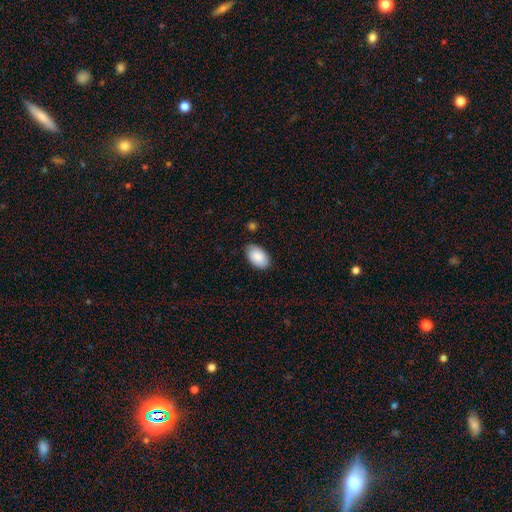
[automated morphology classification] smooth_or_featured: smooth (p=0.88) [alt: featured or disk p=0.06]
how_rounded: in between (p=0.94) [alt: round p=0.05]
merging: none (p=0.82) [alt: minor disturbance p=0.14]